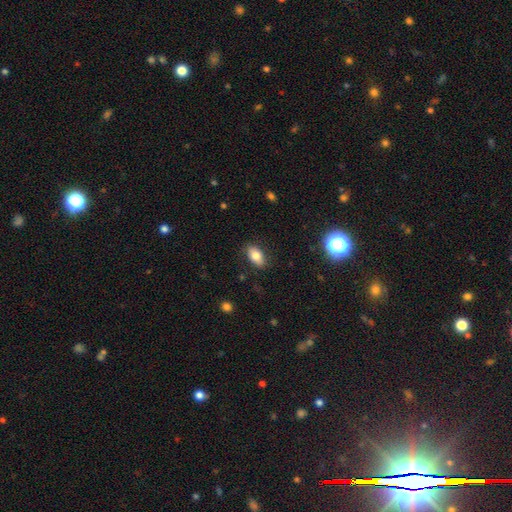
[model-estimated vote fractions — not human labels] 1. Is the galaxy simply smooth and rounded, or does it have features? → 79% smooth, 12% featured or disk, 9% star or artifact.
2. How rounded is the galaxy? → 89% in between, 7% round, 4% cigar-shaped.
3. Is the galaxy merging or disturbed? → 85% none, 11% minor disturbance, 3% major disturbance, 1% merger.